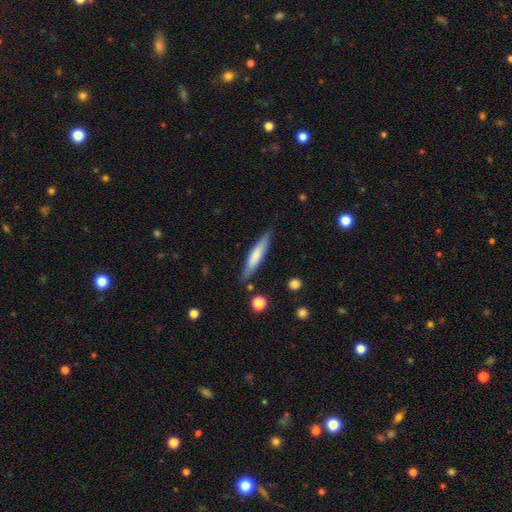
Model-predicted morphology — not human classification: This appears to be a smooth galaxy with no disk features (64%) that is cigar-shaped (88%). Merging: none (83%).